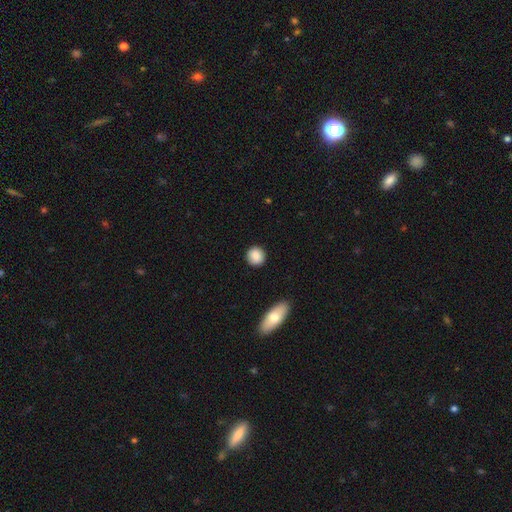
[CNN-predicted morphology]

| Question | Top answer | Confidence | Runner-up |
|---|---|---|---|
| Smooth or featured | smooth | 88% | star or artifact (7%) |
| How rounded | round | 89% | in between (10%) |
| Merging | none | 89% | minor disturbance (8%) |